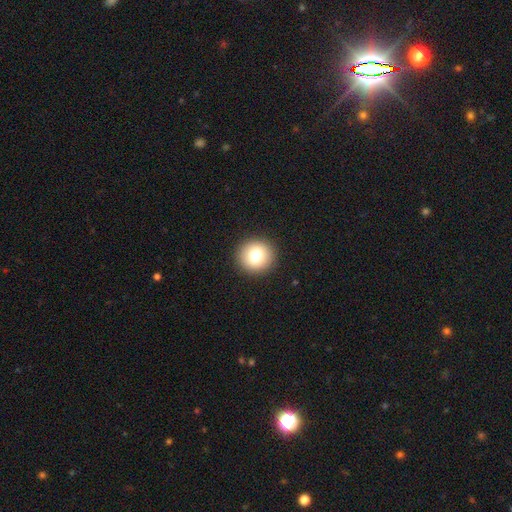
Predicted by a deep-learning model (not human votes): The model was most divided on "smooth or featured": smooth: 78%, featured or disk: 11%, star or artifact: 10%. More confident: merging — none (93%); how rounded — round (92%).